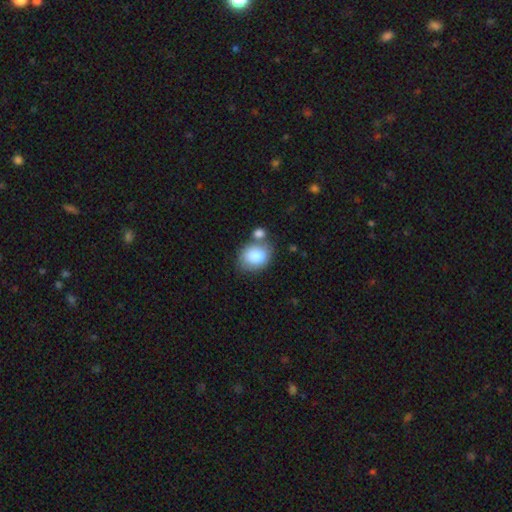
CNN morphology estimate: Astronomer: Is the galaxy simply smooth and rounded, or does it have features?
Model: smooth — 84%.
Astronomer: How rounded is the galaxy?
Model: in between — 64%.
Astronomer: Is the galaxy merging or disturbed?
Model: none — 51% (runner-up: merger, 27%).